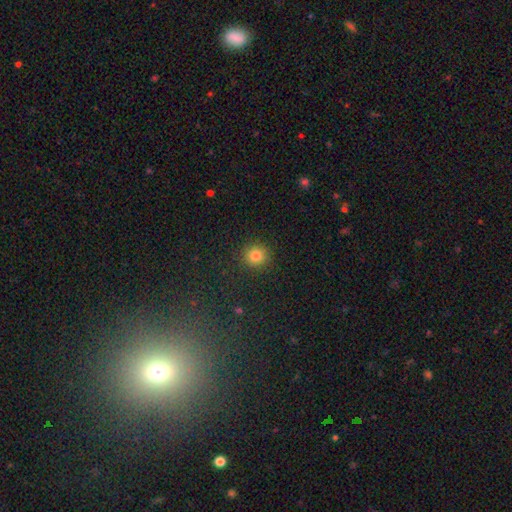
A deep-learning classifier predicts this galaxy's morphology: Smooth or featured? Predicted: smooth (p=0.82). How rounded? Predicted: round (p=0.90). Merging? Predicted: none (p=0.90).